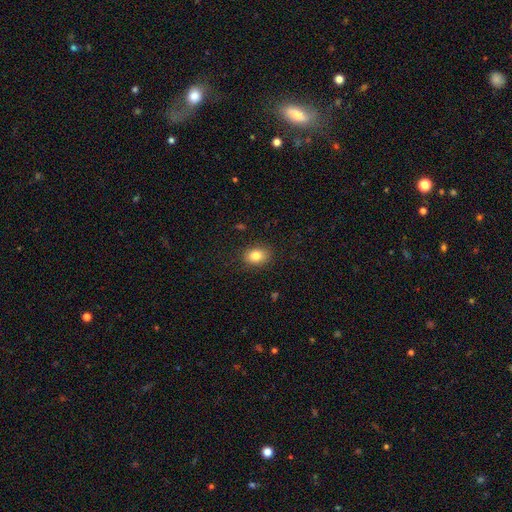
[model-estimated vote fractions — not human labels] Overall: smooth (83%). How rounded: in between (73%). Merging: none (86%).